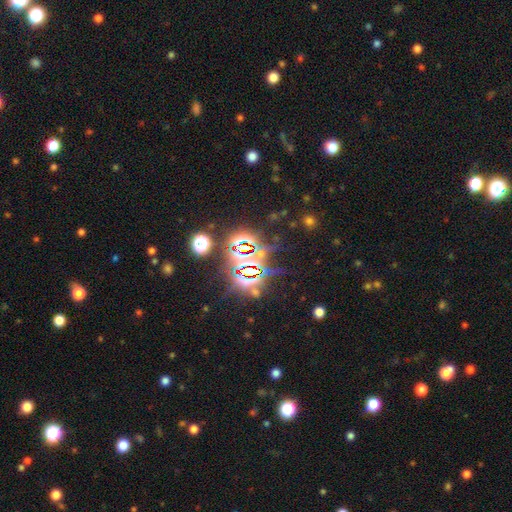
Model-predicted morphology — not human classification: A star or artifact, not a galaxy (81%).

Vote fractions:
- Smooth or featured? star or artifact: 81% / smooth: 11% / featured or disk: 8%